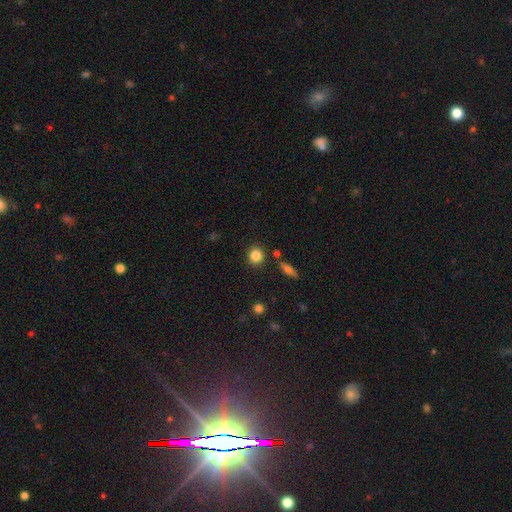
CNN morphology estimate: smooth 85%, star or artifact 10%, featured or disk 6%. Down the decision tree: how rounded — round (85%); merging — none (85%).